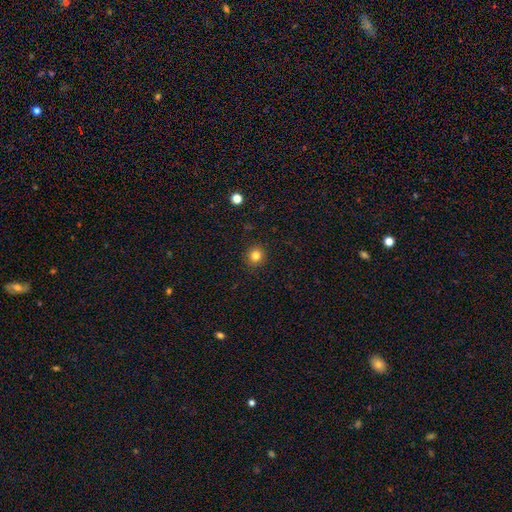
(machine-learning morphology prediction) Overall: smooth (81%). How rounded: round (91%). Merging: none (91%).